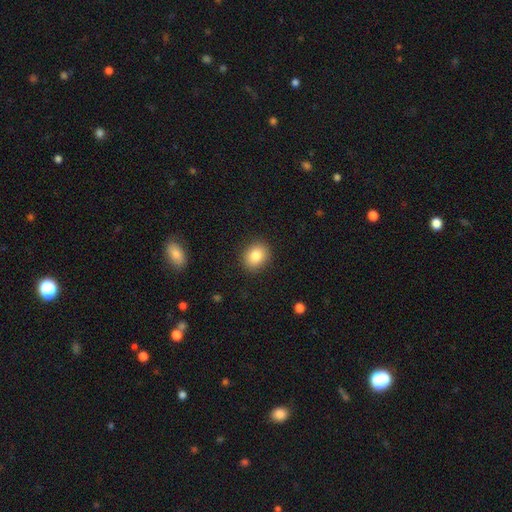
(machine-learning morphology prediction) Smooth or featured?
  - smooth: 83% *
  - star or artifact: 9%
  - featured or disk: 8%
How rounded?
  - round: 60% *
  - in between: 39%
  - cigar-shaped: 1%
Merging?
  - none: 89% *
  - minor disturbance: 8%
  - major disturbance: 2%
  - merger: 1%